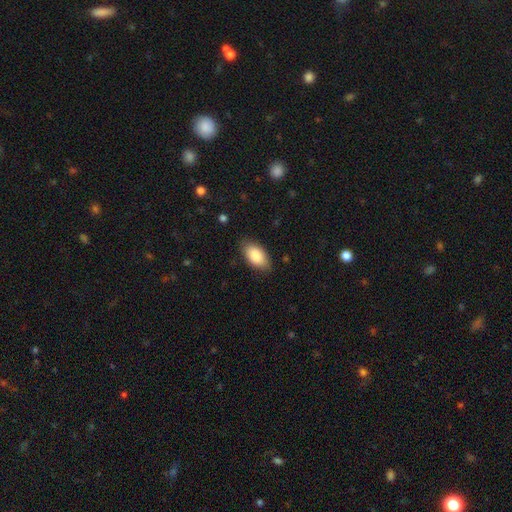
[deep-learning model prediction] smooth 87%, featured or disk 7%, star or artifact 6%. Down the decision tree: how rounded — in between (94%); merging — none (83%).